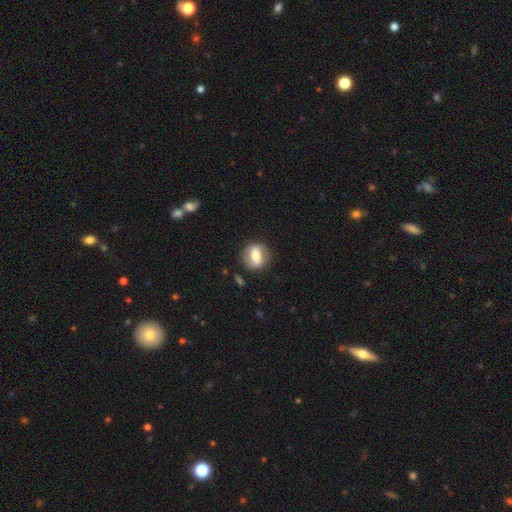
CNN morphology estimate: Q: Smooth or featured?
A: featured or disk (46%); tied with: smooth (46%)
Q: Merging?
A: none (81%); runner-up: minor disturbance (13%)